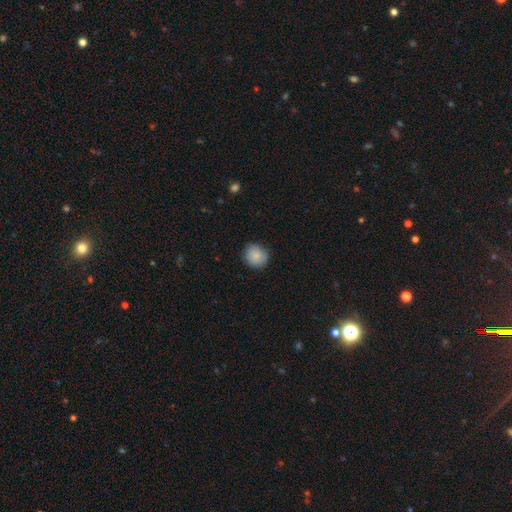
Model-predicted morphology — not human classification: Smooth or featured: smooth — 86% (star or artifact — 7%)
How rounded: round — 89% (in between — 10%)
Merging: none — 87% (minor disturbance — 10%)